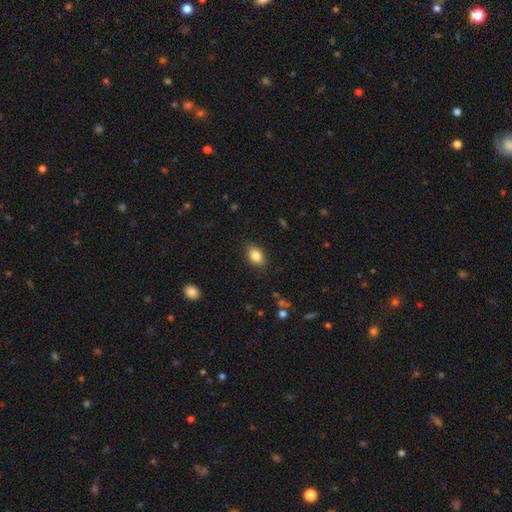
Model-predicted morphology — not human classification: Smooth or featured? Predicted: smooth (p=0.85). How rounded? Predicted: in between (p=0.84). Merging? Predicted: none (p=0.86).